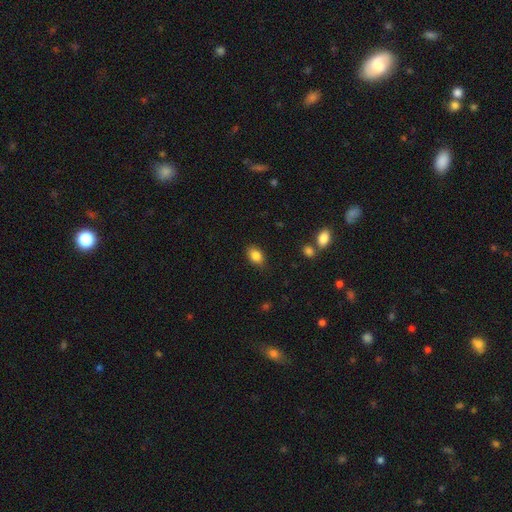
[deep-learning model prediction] Smooth or featured? Predicted: smooth (p=0.85). How rounded? Predicted: in between (p=0.81). Merging? Predicted: none (p=0.83).